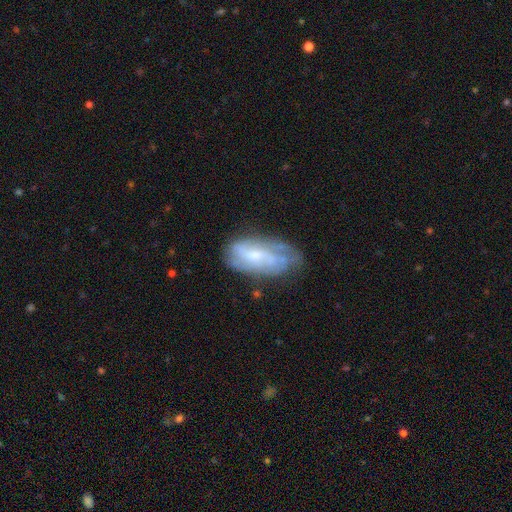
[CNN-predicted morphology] Smooth or featured? Predicted: featured or disk (p=0.64). Edge-on disk? Predicted: no (p=0.93). Bar? Predicted: no (p=0.45). Spiral arms? Predicted: yes (p=0.76). Bulge size? Predicted: small (p=0.55). Merging? Predicted: none (p=0.54).